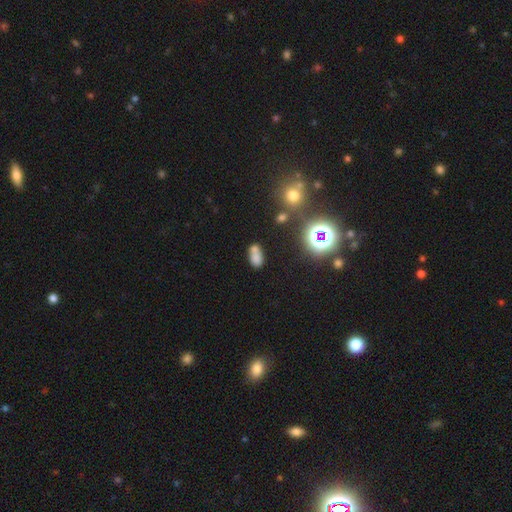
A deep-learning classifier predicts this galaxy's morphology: smooth_or_featured: smooth (p=0.66) [alt: star or artifact p=0.19]
how_rounded: in between (p=0.85) [alt: round p=0.12]
merging: none (p=0.41) [alt: merger p=0.35]